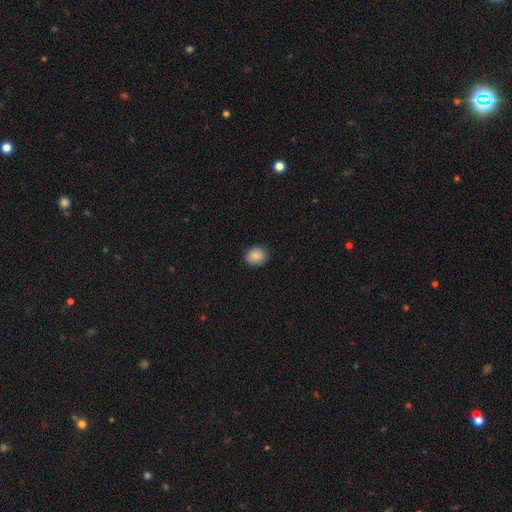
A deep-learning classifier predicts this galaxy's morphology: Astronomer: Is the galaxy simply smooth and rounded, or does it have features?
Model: smooth — 88%.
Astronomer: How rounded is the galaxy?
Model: round — 59% (runner-up: in between, 40%).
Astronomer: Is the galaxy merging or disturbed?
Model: none — 89%.